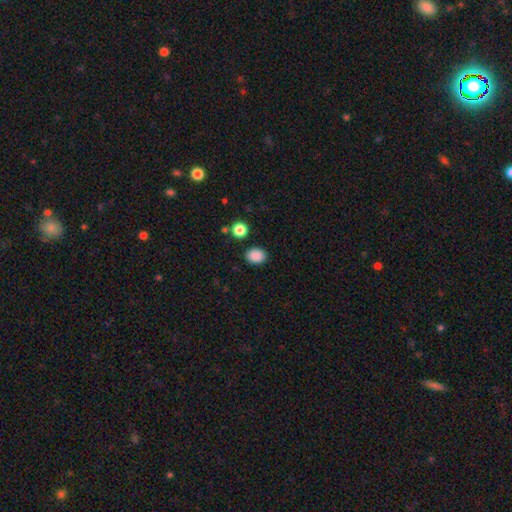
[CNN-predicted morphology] Smooth or featured: smooth — 88% (star or artifact — 9%)
How rounded: in between — 56% (round — 43%)
Merging: none — 87% (minor disturbance — 8%)